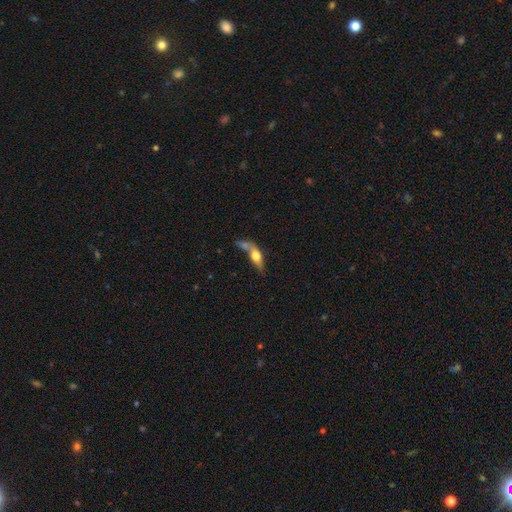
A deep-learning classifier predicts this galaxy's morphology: smooth-or-featured: smooth: 52% | featured or disk: 39% | star or artifact: 8%
  how-rounded: in between: 50% | cigar-shaped: 42% | round: 8%
  merging: merger: 43% | none: 27% | major disturbance: 15% | minor disturbance: 15%